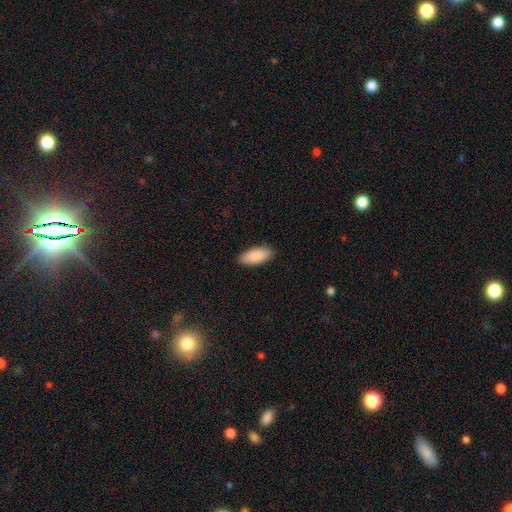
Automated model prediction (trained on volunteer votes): A smooth galaxy with no disk features (90%) that is in between round and cigar-shaped (87%).

Vote fractions:
- Smooth or featured? smooth: 90% / star or artifact: 5% / featured or disk: 4%
- How rounded? in between: 87% / cigar-shaped: 12% / round: 2%
- Merging? none: 88% / minor disturbance: 9% / major disturbance: 2% / merger: 1%